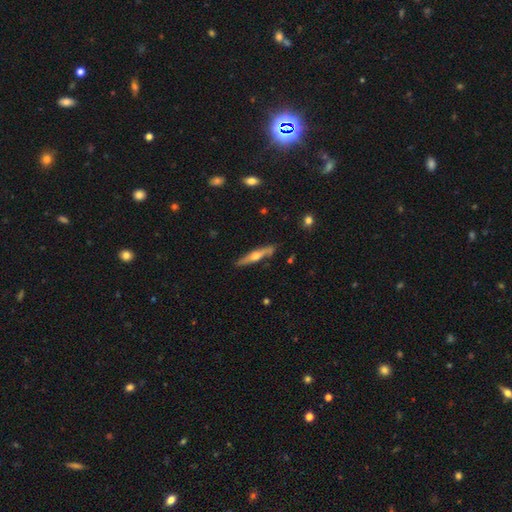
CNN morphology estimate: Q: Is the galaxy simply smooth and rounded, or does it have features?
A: featured or disk — 62%.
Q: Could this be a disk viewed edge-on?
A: yes — 94%.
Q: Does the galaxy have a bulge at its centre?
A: rounded — 91%.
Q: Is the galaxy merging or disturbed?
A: none — 85%.